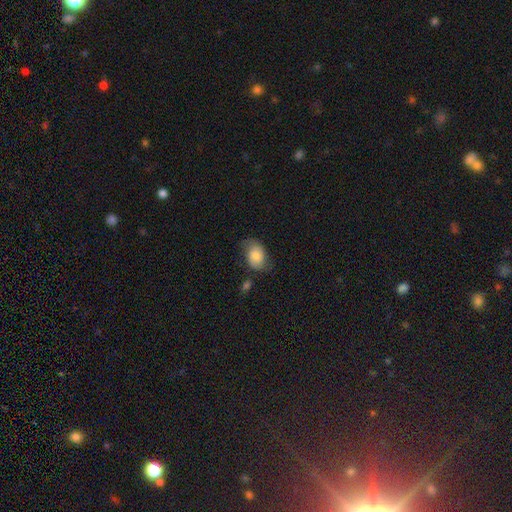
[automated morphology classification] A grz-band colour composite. It shows a smooth galaxy with no disk features (75%) that is in between round and cigar-shaped (80%). Merging: none (56%).